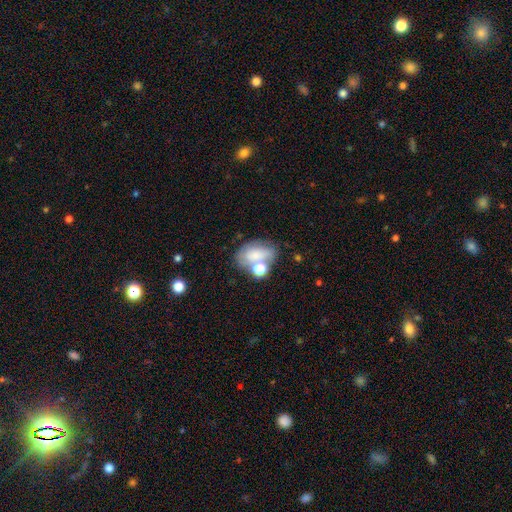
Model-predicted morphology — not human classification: A smooth galaxy with no disk features (58%) that is in between round and cigar-shaped (76%). Merging: none (39%).